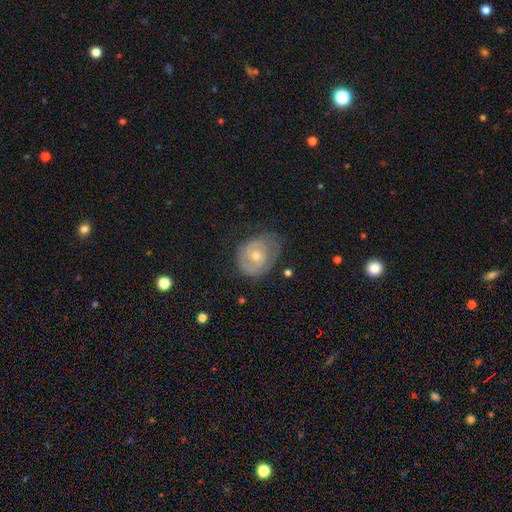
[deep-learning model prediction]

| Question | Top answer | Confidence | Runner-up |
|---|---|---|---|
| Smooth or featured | featured or disk | 69% | smooth (23%) |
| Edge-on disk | no | 97% | yes (3%) |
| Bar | no | 74% | weak (22%) |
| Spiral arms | yes | 80% | no (20%) |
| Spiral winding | tight | 64% | medium (27%) |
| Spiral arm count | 2 | 43% | can't tell (35%) |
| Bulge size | small | 52% | moderate (44%) |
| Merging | none | 60% | minor disturbance (27%) |